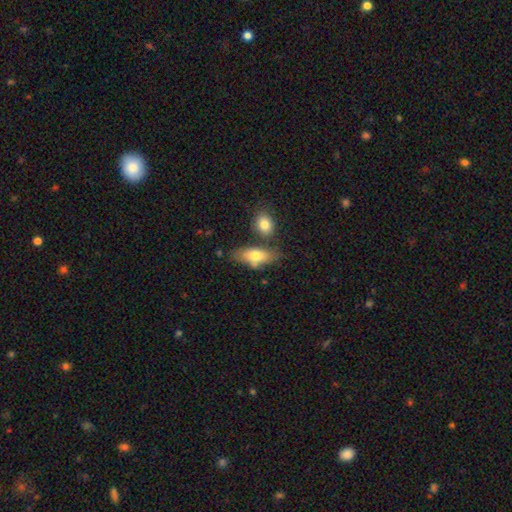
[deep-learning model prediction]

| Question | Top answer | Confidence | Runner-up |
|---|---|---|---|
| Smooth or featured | smooth | 71% | featured or disk (22%) |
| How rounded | in between | 77% | cigar-shaped (19%) |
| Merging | none | 59% | merger (19%) |